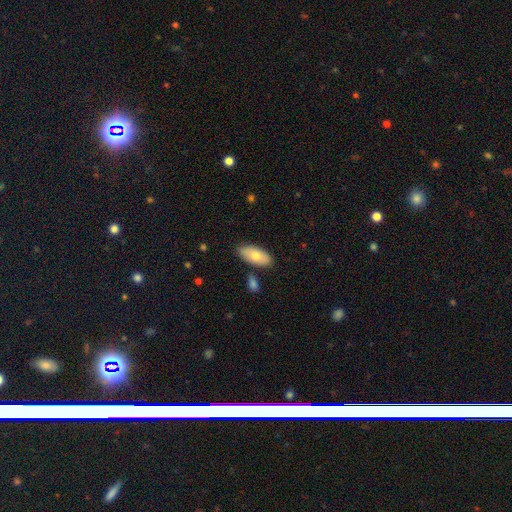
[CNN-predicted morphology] A smooth galaxy with no disk features (69%) that is in between round and cigar-shaped (90%).

Vote fractions:
- Smooth or featured? smooth: 69% / featured or disk: 24% / star or artifact: 6%
- How rounded? in between: 90% / cigar-shaped: 7% / round: 3%
- Merging? none: 82% / minor disturbance: 11% / merger: 4% / major disturbance: 2%